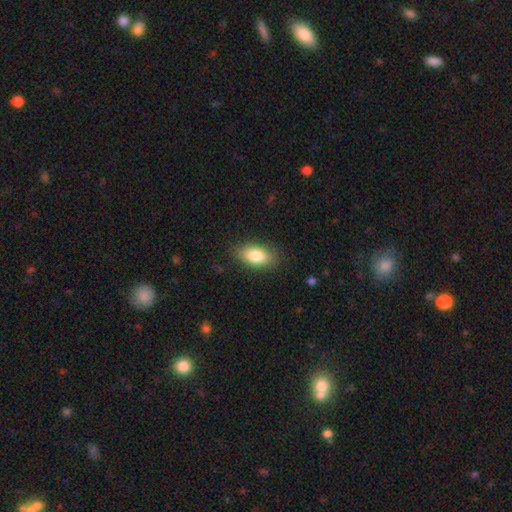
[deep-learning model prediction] Overall: smooth (83%). How rounded: in between (90%). Merging: none (85%).